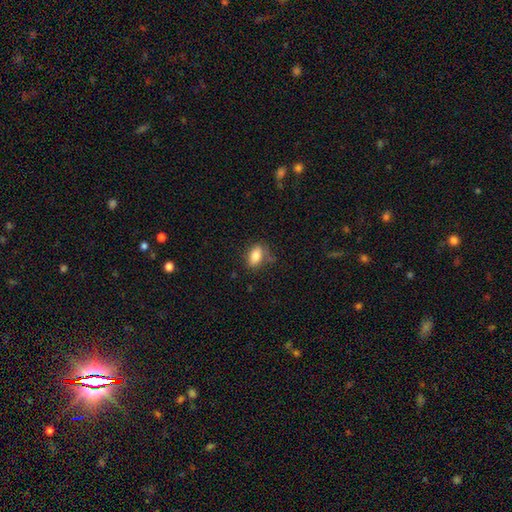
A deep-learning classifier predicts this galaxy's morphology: This appears to be a smooth galaxy with no disk features (82%) that is in between round and cigar-shaped (87%). Merging: none (72%).